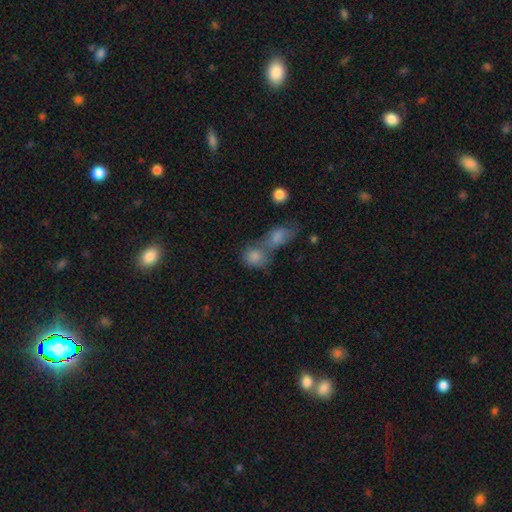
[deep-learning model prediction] A smooth galaxy with no disk features (79%) that is round (56%).

Vote fractions:
- Smooth or featured? smooth: 79% / featured or disk: 10% / star or artifact: 10%
- How rounded? round: 56% / in between: 41% / cigar-shaped: 3%
- Merging? merger: 56% / none: 30% / minor disturbance: 9% / major disturbance: 5%